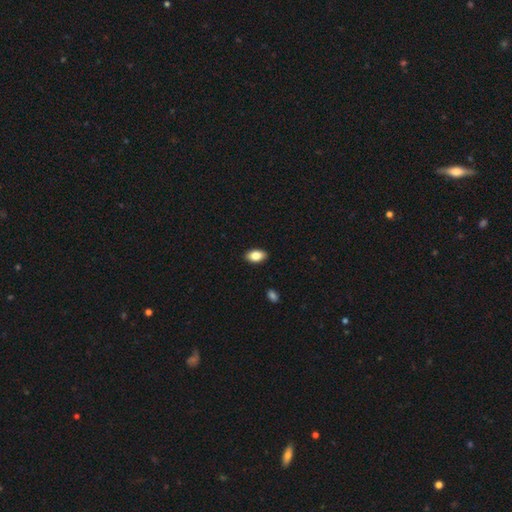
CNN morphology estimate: smooth 84%, featured or disk 9%, star or artifact 8%. Down the decision tree: how rounded — in between (92%); merging — none (90%).